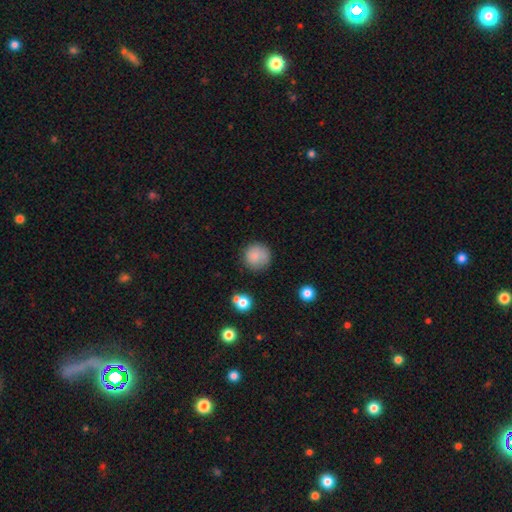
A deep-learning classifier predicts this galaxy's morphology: Q: Smooth or featured?
A: smooth (83%); runner-up: star or artifact (9%)
Q: How rounded?
A: round (94%); runner-up: in between (5%)
Q: Merging?
A: none (78%); runner-up: minor disturbance (14%)